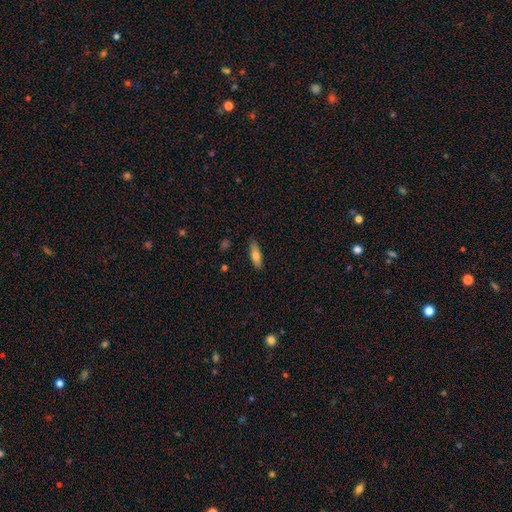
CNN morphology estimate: Q: Smooth or featured?
A: smooth (72%); runner-up: featured or disk (21%)
Q: How rounded?
A: in between (50%); runner-up: cigar-shaped (48%)
Q: Merging?
A: none (86%); runner-up: minor disturbance (11%)